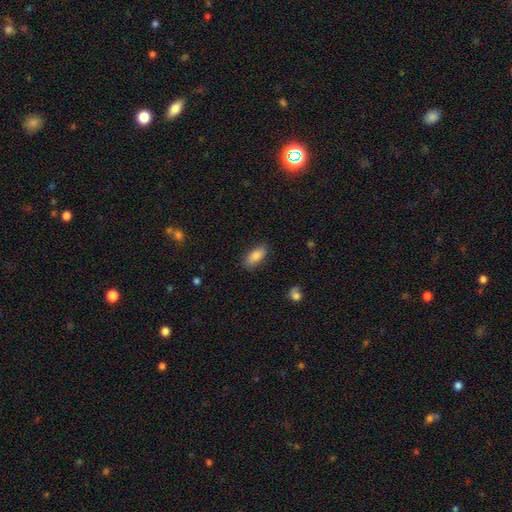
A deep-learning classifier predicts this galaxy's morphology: Q: Smooth or featured?
A: smooth (85%); runner-up: featured or disk (8%)
Q: How rounded?
A: in between (86%); runner-up: cigar-shaped (11%)
Q: Merging?
A: none (85%); runner-up: minor disturbance (11%)